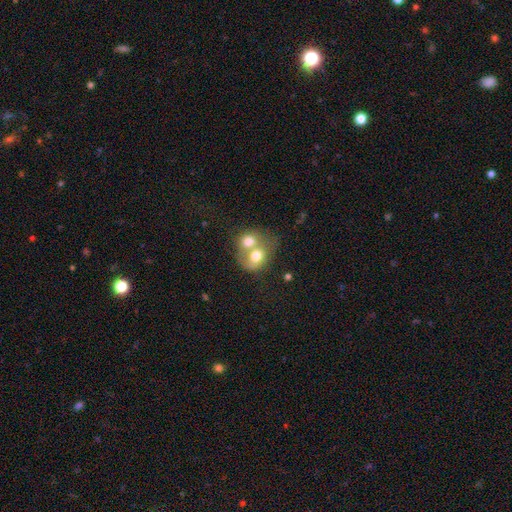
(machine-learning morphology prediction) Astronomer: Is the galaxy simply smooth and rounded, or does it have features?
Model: smooth — 65%.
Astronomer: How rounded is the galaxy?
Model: round — 56% (runner-up: in between, 43%).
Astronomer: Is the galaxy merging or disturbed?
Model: merger — 77%.